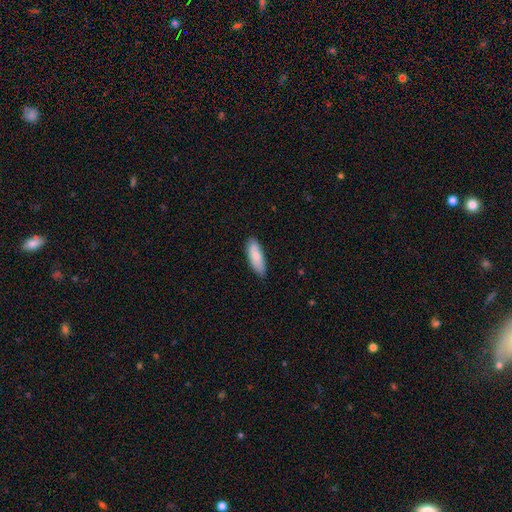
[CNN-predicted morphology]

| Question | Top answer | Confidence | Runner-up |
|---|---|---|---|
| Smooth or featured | smooth | 79% | featured or disk (15%) |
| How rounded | in between | 65% | cigar-shaped (33%) |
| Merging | none | 79% | minor disturbance (18%) |